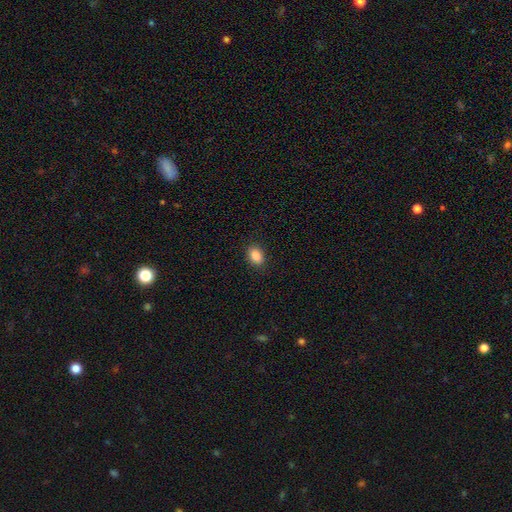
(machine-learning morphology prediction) type=smooth (87%); roundness=in between (73%); merging=none (90%).